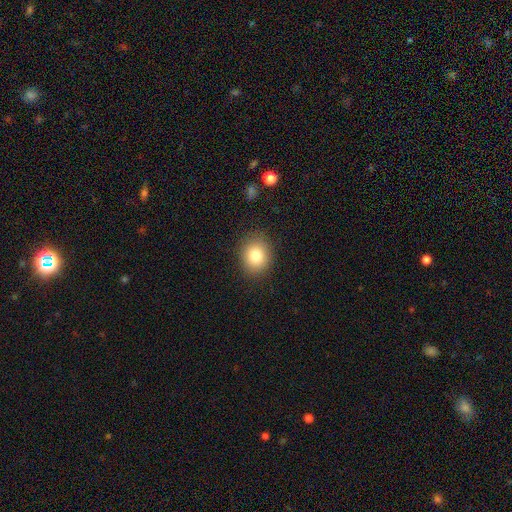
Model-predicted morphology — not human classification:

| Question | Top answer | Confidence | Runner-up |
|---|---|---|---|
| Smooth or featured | smooth | 81% | star or artifact (11%) |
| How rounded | round | 65% | in between (35%) |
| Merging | none | 87% | minor disturbance (9%) |